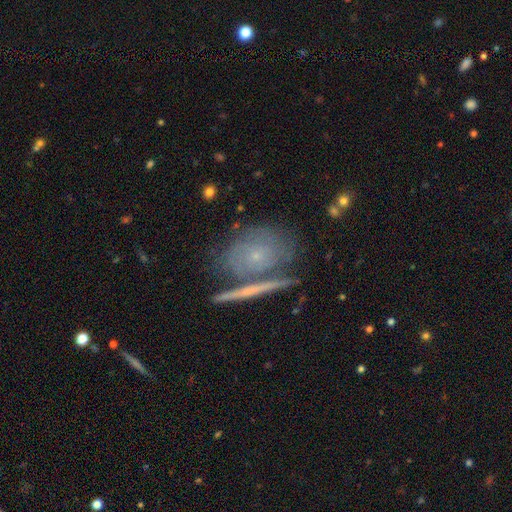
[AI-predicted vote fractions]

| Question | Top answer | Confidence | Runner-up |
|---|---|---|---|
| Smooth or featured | featured or disk | 58% | smooth (31%) |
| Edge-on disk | no | 79% | yes (21%) |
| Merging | none | 59% | merger (20%) |